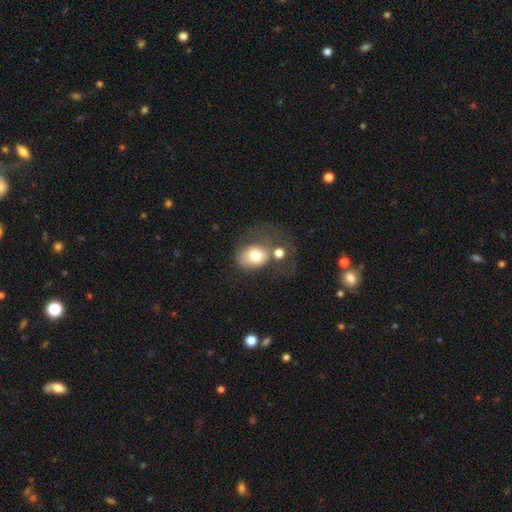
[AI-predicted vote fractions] A smooth galaxy with no disk features (72%) that is in between round and cigar-shaped (52%). Merging: merger (33%).